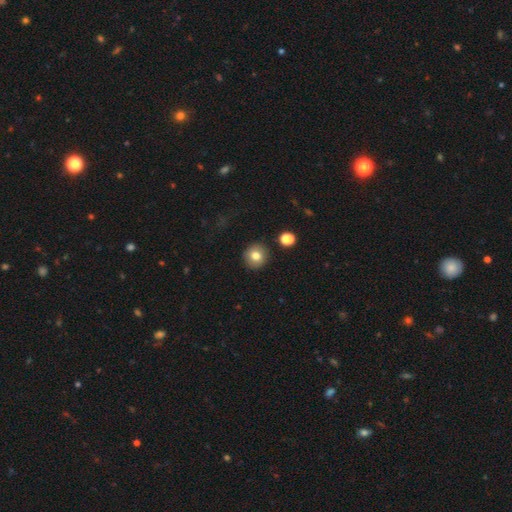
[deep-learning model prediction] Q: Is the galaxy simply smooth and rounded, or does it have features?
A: smooth — 78%.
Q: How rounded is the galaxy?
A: round — 89%.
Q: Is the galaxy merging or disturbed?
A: none — 89%.